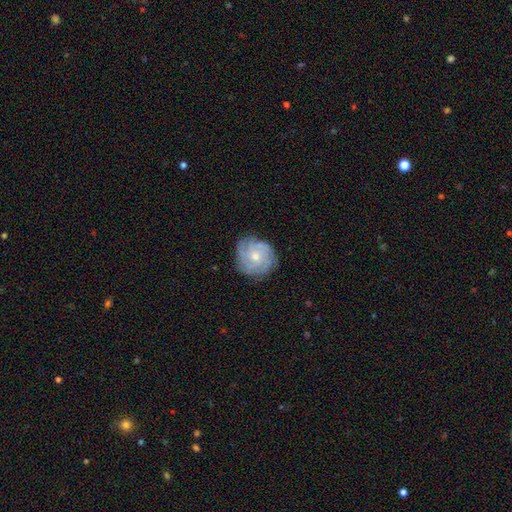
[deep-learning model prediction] This is likely a featured or disk galaxy (69%). It is clearly not viewed edge-on (98%). Bar: likely no (76%). Spiral arm pattern: clearly yes (90%). Spiral arm count: marginally can't tell (44%). Spiral winding: likely tight (69%). Central bulge: possibly moderate (58%). Merging: likely none (79%).